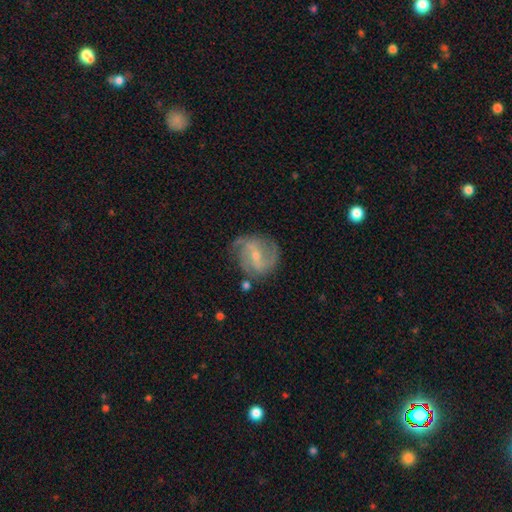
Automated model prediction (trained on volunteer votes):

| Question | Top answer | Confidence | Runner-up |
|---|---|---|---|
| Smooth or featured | featured or disk | 83% | smooth (11%) |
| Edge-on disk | no | 97% | yes (3%) |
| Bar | weak | 53% | strong (26%) |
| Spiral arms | yes | 94% | no (6%) |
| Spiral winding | medium | 50% | tight (26%) |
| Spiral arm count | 2 | 59% | 3 (18%) |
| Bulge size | small | 60% | moderate (35%) |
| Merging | none | 68% | minor disturbance (20%) |